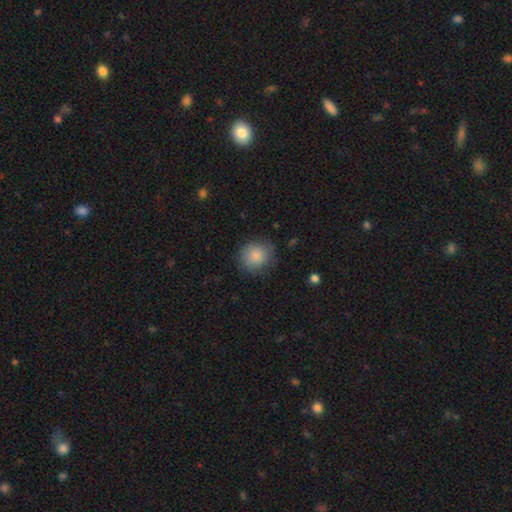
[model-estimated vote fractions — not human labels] This is clearly a smooth galaxy (84%). How rounded: clearly round (87%). Merging: likely none (79%).